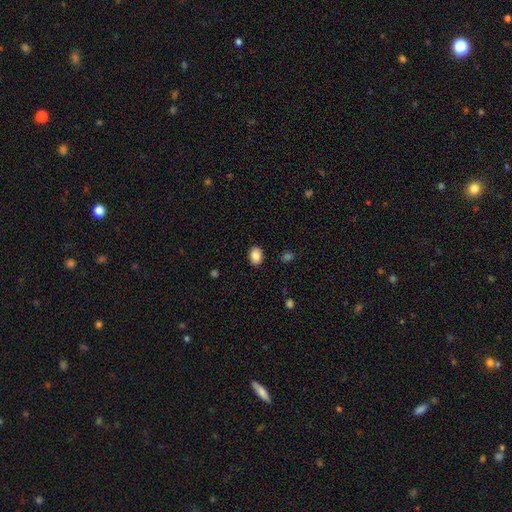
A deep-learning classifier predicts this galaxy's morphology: Smooth or featured: smooth — 86% (star or artifact — 8%)
How rounded: in between — 67% (round — 32%)
Merging: none — 89% (minor disturbance — 8%)